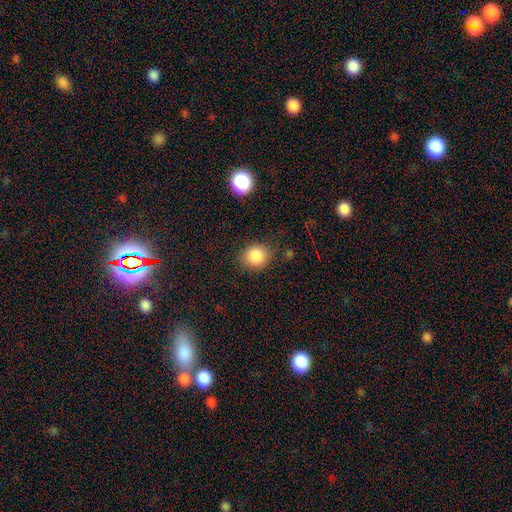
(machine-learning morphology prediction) This appears to be a smooth galaxy with no disk features (86%) that is round (74%). Merging: none (81%).